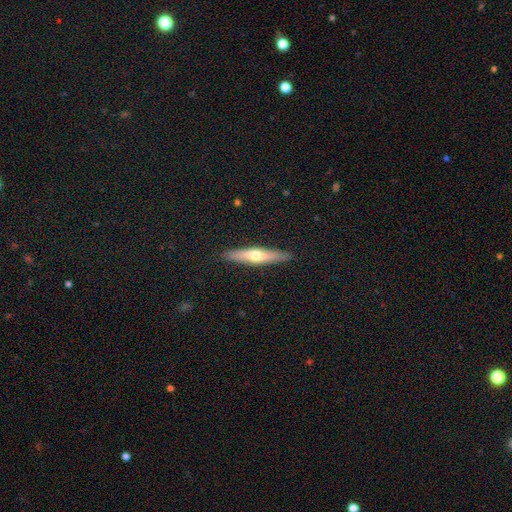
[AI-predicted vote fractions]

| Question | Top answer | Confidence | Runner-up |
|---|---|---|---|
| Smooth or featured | smooth | 49% | featured or disk (46%) |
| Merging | none | 90% | minor disturbance (8%) |